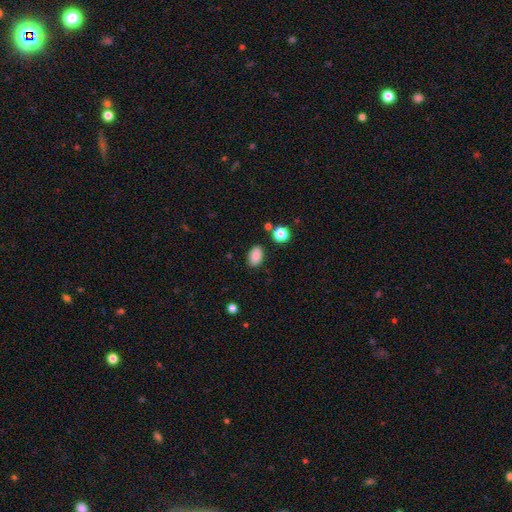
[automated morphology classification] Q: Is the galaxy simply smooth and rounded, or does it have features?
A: smooth — 87%.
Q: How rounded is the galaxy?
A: in between — 88%.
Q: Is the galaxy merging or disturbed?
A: none — 85%.